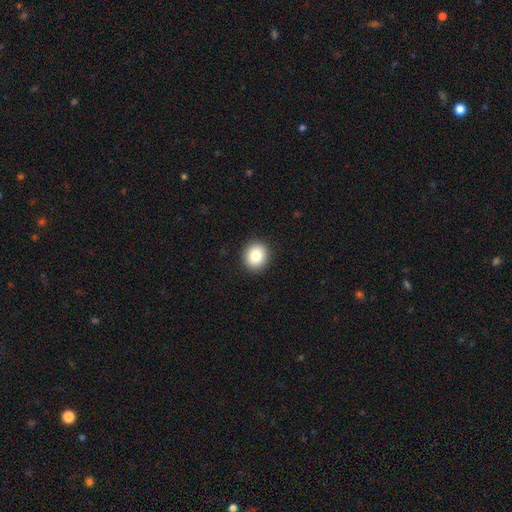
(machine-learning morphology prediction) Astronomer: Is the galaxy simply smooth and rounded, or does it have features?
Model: smooth — 83%.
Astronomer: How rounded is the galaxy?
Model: round — 83%.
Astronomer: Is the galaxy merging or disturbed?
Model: none — 92%.